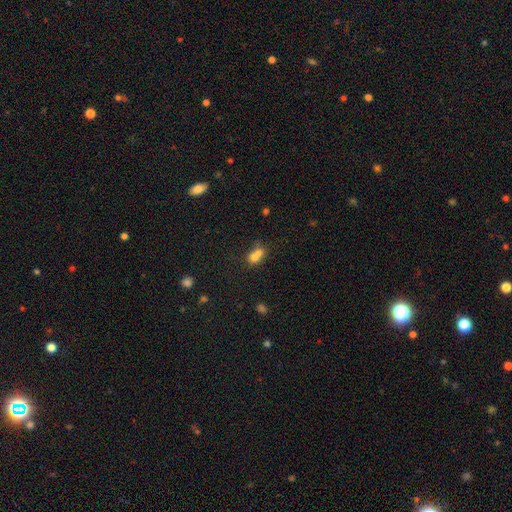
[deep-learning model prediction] This is likely a smooth galaxy (69%). How rounded: likely round (62%). Merging: likely merger (66%).